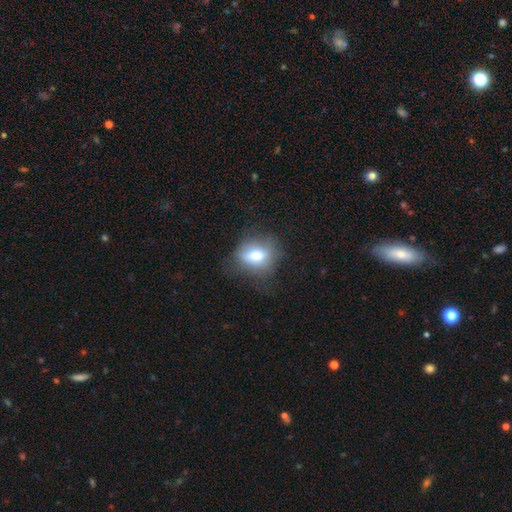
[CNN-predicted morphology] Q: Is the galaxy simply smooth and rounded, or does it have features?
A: smooth — 71%.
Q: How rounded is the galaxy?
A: in between — 59%.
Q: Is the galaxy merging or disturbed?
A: none — 63%.